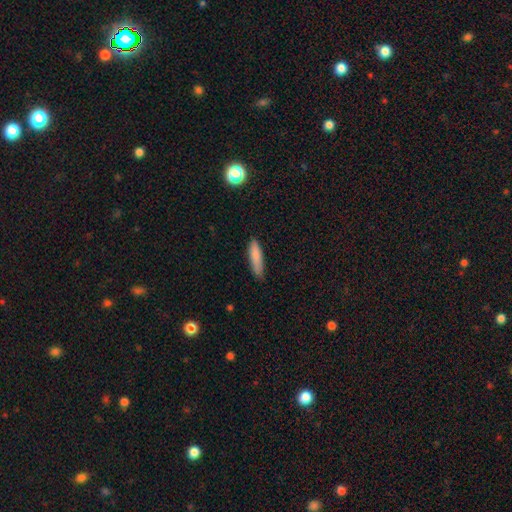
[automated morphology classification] This appears to be a smooth galaxy with no disk features (85%) that is cigar-shaped (75%). Merging: none (80%).